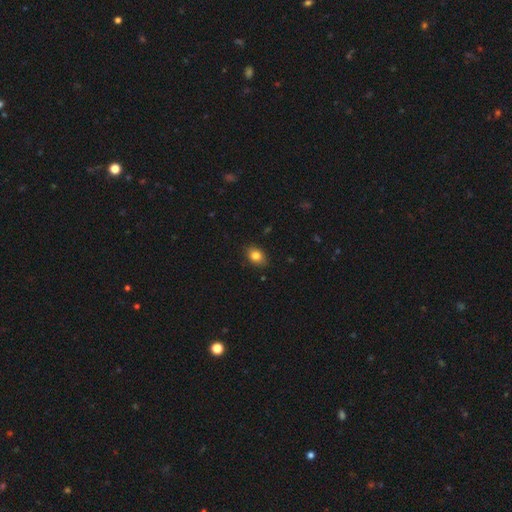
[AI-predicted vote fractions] A smooth galaxy with no disk features (83%) that is in between round and cigar-shaped (66%). Merging: none (85%).